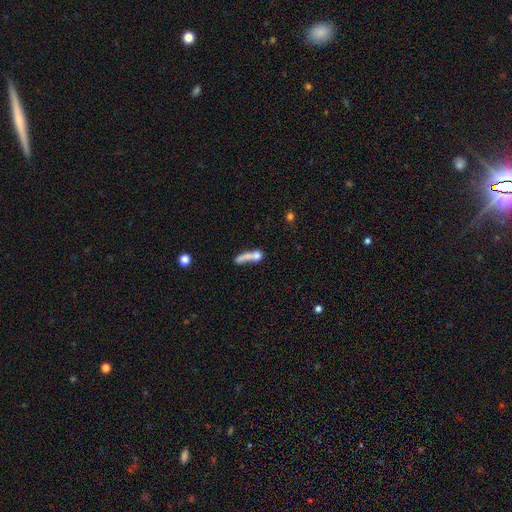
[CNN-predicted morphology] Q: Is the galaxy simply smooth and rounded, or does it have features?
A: smooth — 60%.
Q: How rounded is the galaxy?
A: cigar-shaped — 55%.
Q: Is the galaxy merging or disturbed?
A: merger — 47%.